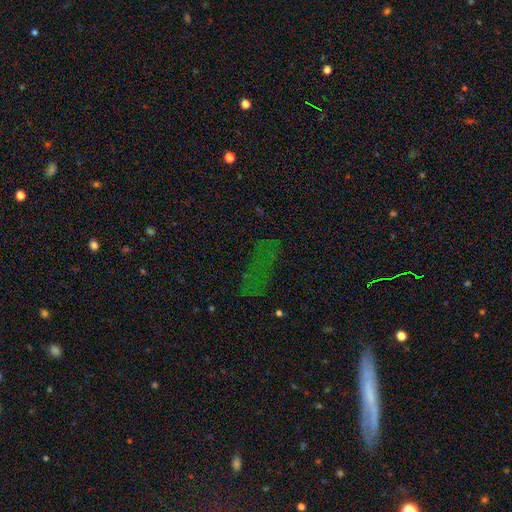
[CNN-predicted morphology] smooth_or_featured: star or artifact (p=0.47) [alt: smooth p=0.31]